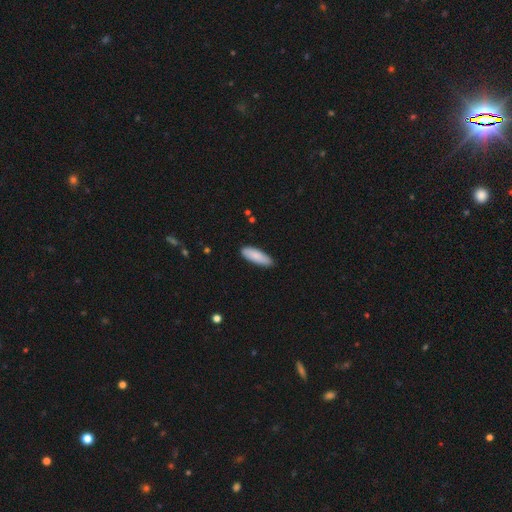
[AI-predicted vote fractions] The model was most divided on "how rounded": in between: 57%, cigar-shaped: 41%, round: 1%. More confident: merging — none (87%); smooth or featured — smooth (86%).